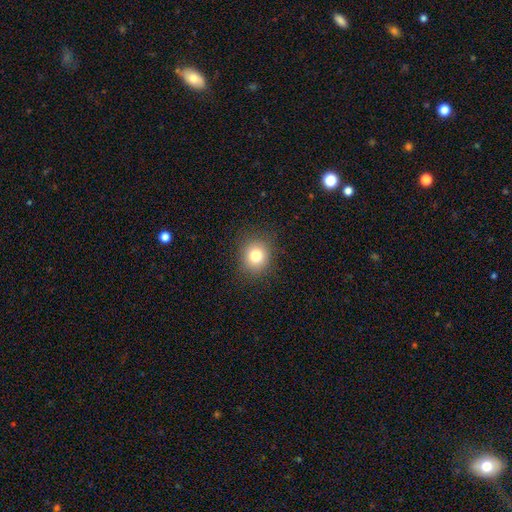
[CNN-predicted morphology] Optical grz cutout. It shows a smooth galaxy with no disk features (80%) that is round (79%). Merging: none (88%).